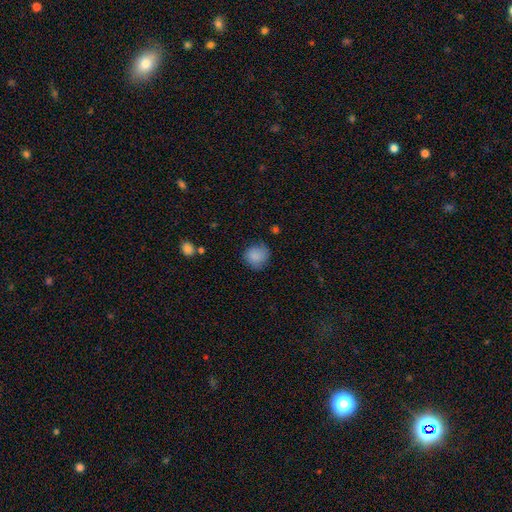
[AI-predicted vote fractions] A smooth galaxy with no disk features (86%) that is round (85%). Merging: none (75%).